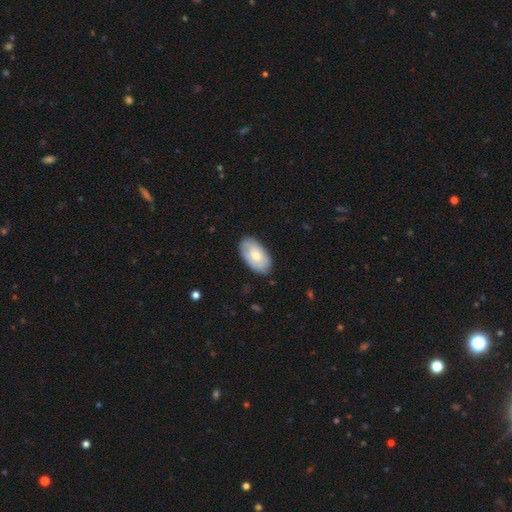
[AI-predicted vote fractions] A smooth galaxy with no disk features (72%) that is in between round and cigar-shaped (95%). Merging: none (82%).